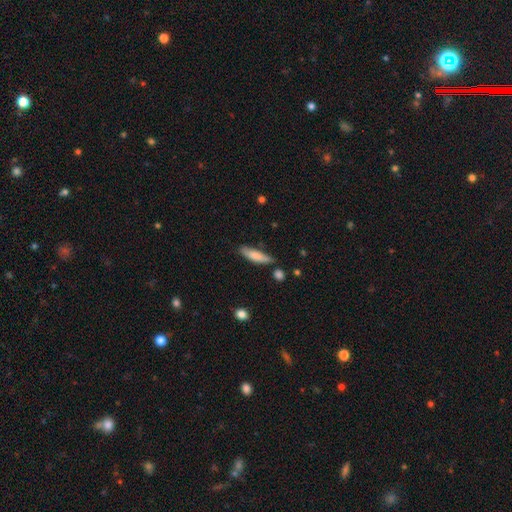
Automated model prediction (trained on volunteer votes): A smooth galaxy with no disk features (79%) that is cigar-shaped (65%). Merging: none (66%).